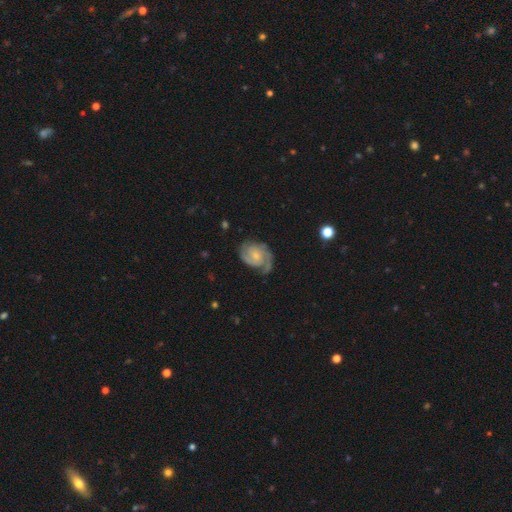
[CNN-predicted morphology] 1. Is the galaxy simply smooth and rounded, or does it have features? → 84% featured or disk, 11% smooth, 5% star or artifact.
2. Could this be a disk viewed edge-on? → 98% no, 2% yes.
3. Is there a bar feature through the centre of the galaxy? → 67% no, 29% weak, 4% strong.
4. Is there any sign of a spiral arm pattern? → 97% yes, 3% no.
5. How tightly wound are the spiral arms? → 48% tight, 40% medium, 12% loose.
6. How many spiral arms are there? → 70% 2, 10% 3, 9% can't tell, 8% 1, 2% 4, 2% more than 4.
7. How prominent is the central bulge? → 55% small, 35% moderate, 6% none, 2% large, 1% dominant.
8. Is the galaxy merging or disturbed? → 65% none, 23% minor disturbance, 11% major disturbance, 2% merger.